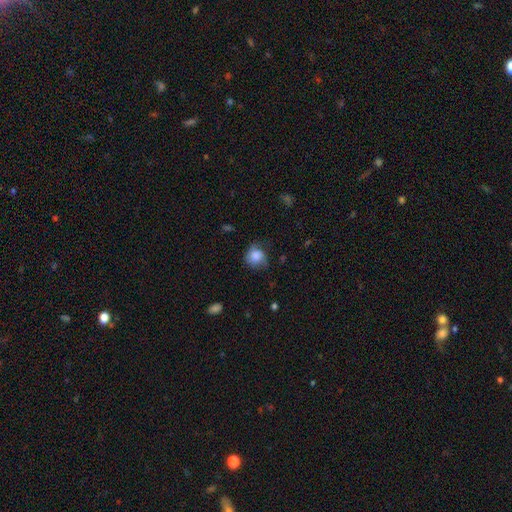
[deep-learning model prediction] The model was most divided on "merging": none: 55%, minor disturbance: 29%, major disturbance: 15%, merger: 1%. More confident: how rounded — round (78%); smooth or featured — smooth (71%).